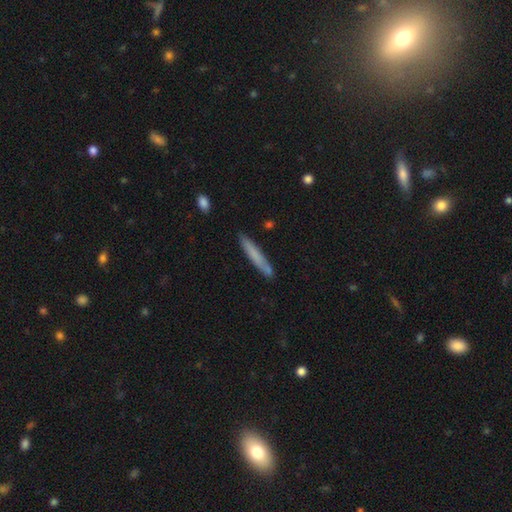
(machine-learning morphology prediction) smooth_or_featured: smooth (p=0.69) [alt: featured or disk p=0.24]
how_rounded: cigar-shaped (p=0.95) [alt: in between p=0.04]
merging: none (p=0.84) [alt: minor disturbance p=0.11]